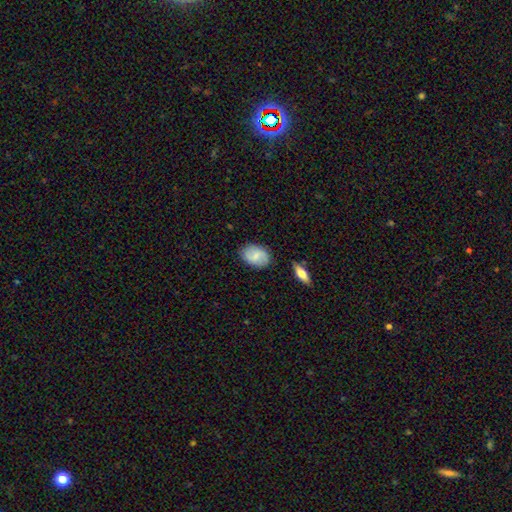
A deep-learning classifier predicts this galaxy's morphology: Smooth or featured? smooth (65%)
How rounded? in between (84%)
Merging? none (83%)